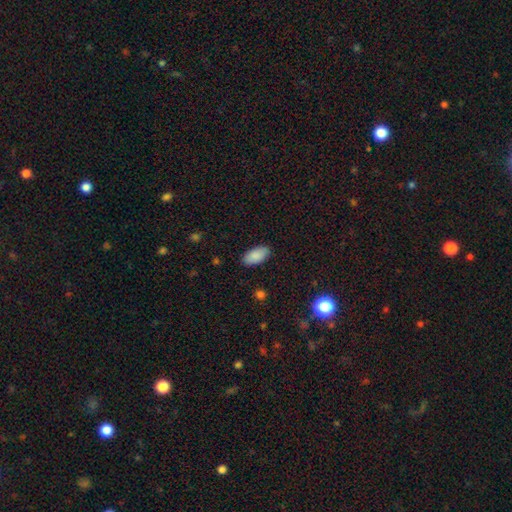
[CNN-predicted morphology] Q: Smooth or featured?
A: smooth (89%); runner-up: star or artifact (7%)
Q: How rounded?
A: in between (93%); runner-up: cigar-shaped (5%)
Q: Merging?
A: none (87%); runner-up: minor disturbance (9%)